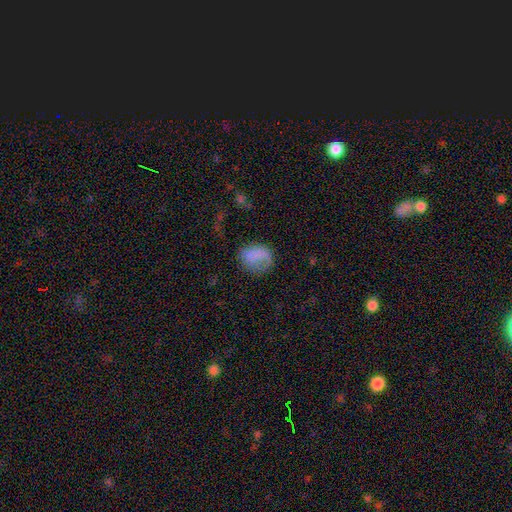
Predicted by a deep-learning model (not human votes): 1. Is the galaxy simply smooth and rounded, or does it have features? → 78% smooth, 12% featured or disk, 10% star or artifact.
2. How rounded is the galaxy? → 58% round, 41% in between, 1% cigar-shaped.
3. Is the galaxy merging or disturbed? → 56% none, 24% minor disturbance, 17% major disturbance, 2% merger.